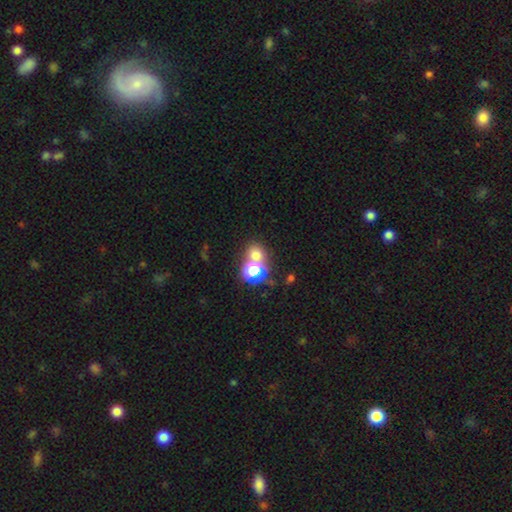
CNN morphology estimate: Smooth or featured? smooth (62%)
How rounded? round (78%)
Merging? none (54%)